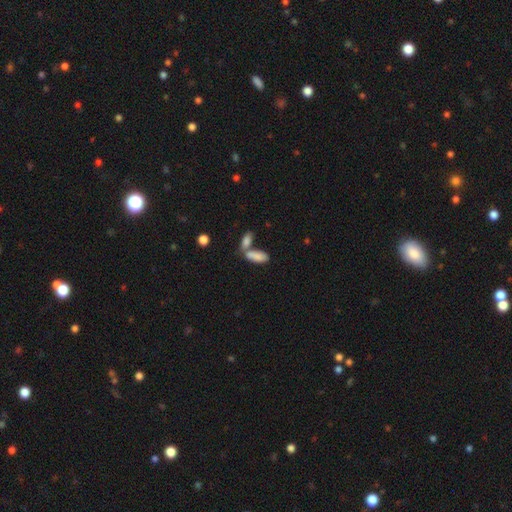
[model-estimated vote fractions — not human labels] Q: Smooth or featured?
A: smooth (83%); runner-up: featured or disk (11%)
Q: How rounded?
A: in between (82%); runner-up: cigar-shaped (16%)
Q: Merging?
A: merger (52%); runner-up: none (34%)